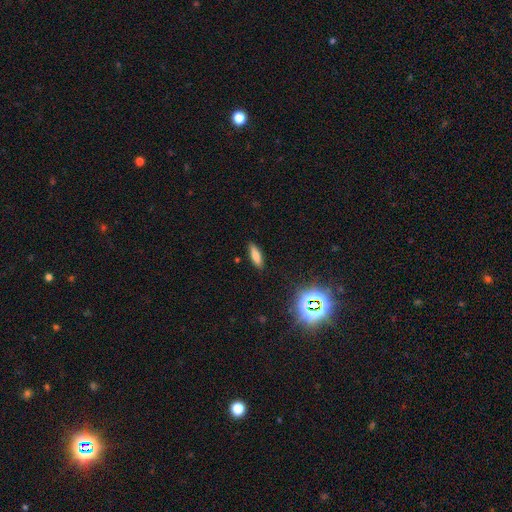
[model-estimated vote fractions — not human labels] The model was most divided on "how rounded": in between: 50%, cigar-shaped: 48%, round: 3%. More confident: merging — none (87%); smooth or featured — smooth (74%).